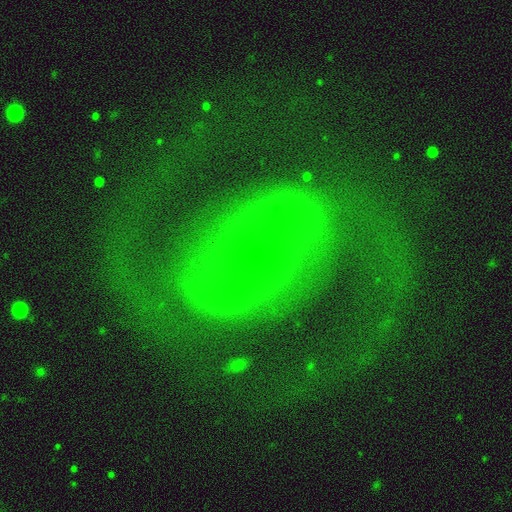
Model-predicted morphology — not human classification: Q: Smooth or featured?
A: featured or disk (90%); runner-up: star or artifact (6%)
Q: Edge-on disk?
A: no (97%); runner-up: yes (3%)
Q: Bar?
A: strong (51%); runner-up: weak (31%)
Q: Spiral arms?
A: yes (94%); runner-up: no (6%)
Q: Spiral winding?
A: medium (60%); runner-up: loose (24%)
Q: Spiral arm count?
A: 2 (92%); runner-up: can't tell (3%)
Q: Bulge size?
A: small (79%); runner-up: moderate (17%)
Q: Merging?
A: none (78%); runner-up: minor disturbance (11%)